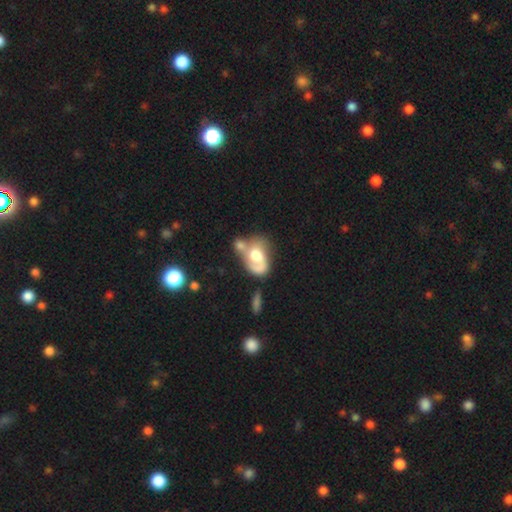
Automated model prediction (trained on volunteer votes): Smooth or featured? featured or disk (53%)
Edge-on disk? no (96%)
Bar? no (79%)
Spiral arms? yes (64%)
Bulge size? large (46%)
Merging? merger (46%)